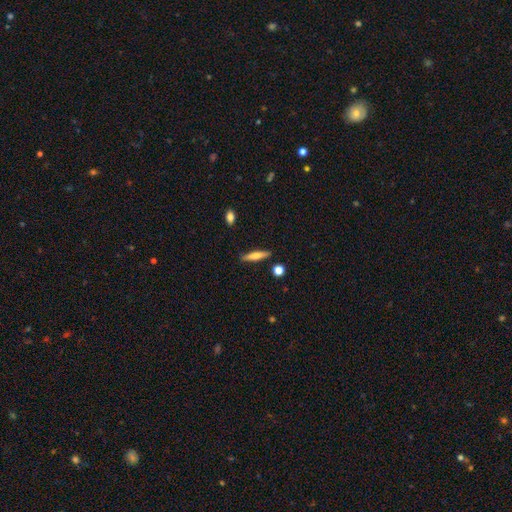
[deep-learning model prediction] Smooth or featured: smooth — 55% (featured or disk — 39%)
How rounded: cigar-shaped — 82% (in between — 15%)
Merging: none — 87% (minor disturbance — 9%)